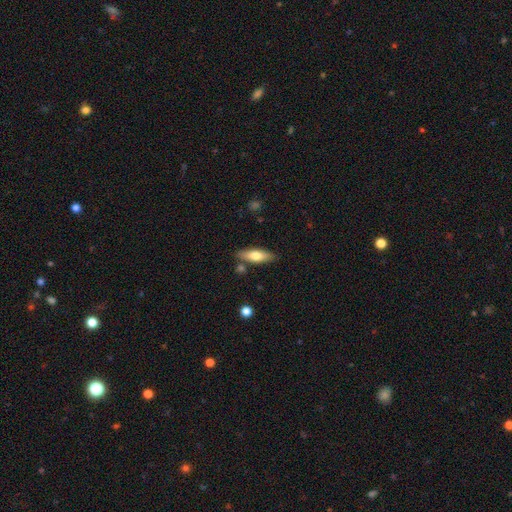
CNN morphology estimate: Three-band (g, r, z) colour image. It shows a smooth galaxy with no disk features (67%) that is in between round and cigar-shaped (52%). Merging: none (80%).